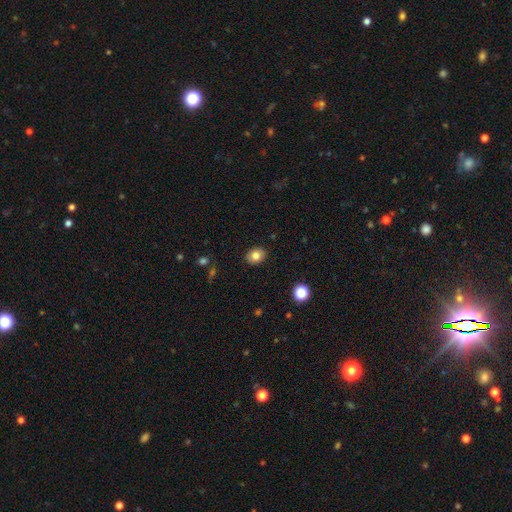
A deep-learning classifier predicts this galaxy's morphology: smooth_or_featured: smooth (p=0.81) [alt: star or artifact p=0.10]
how_rounded: round (p=0.59) [alt: in between p=0.40]
merging: none (p=0.89) [alt: minor disturbance p=0.08]